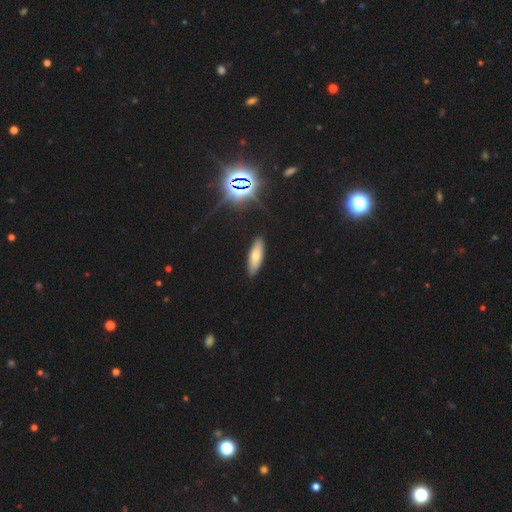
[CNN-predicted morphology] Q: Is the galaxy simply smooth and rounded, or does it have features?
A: smooth — 68%.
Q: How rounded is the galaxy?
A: in between — 54%.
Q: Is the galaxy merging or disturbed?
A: none — 88%.